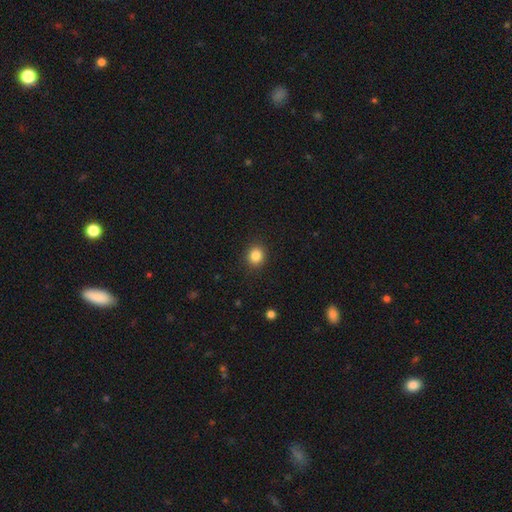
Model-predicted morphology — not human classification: Q: Smooth or featured?
A: smooth (85%); runner-up: star or artifact (10%)
Q: How rounded?
A: round (77%); runner-up: in between (22%)
Q: Merging?
A: none (90%); runner-up: minor disturbance (7%)